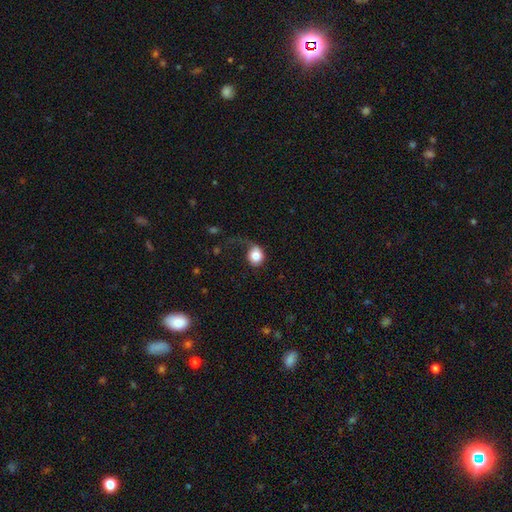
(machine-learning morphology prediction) A smooth galaxy with no disk features (76%) that is round (72%). Merging: major disturbance (37%).